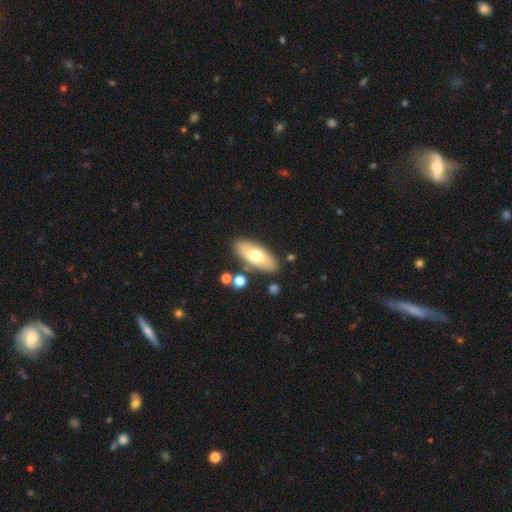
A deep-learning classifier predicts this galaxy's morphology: Smooth or featured?
  - smooth: 62% *
  - featured or disk: 32%
  - star or artifact: 6%
How rounded?
  - in between: 83% *
  - cigar-shaped: 14%
  - round: 3%
Merging?
  - none: 82% *
  - minor disturbance: 11%
  - merger: 4%
  - major disturbance: 3%